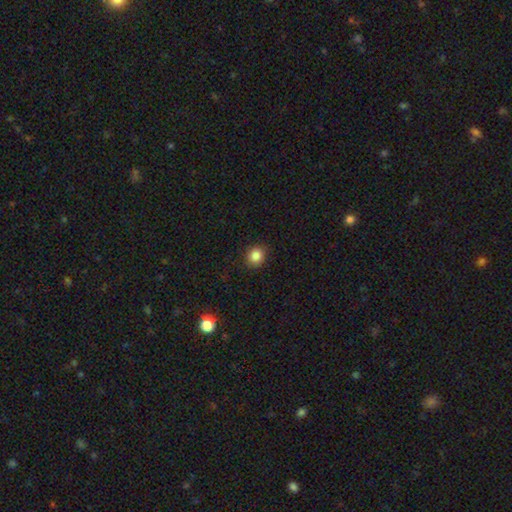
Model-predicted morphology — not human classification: A smooth galaxy with no disk features (84%) that is round (80%).

Vote fractions:
- Smooth or featured? smooth: 84% / star or artifact: 11% / featured or disk: 5%
- How rounded? round: 80% / in between: 19% / cigar-shaped: 1%
- Merging? none: 90% / minor disturbance: 7% / major disturbance: 2% / merger: 1%